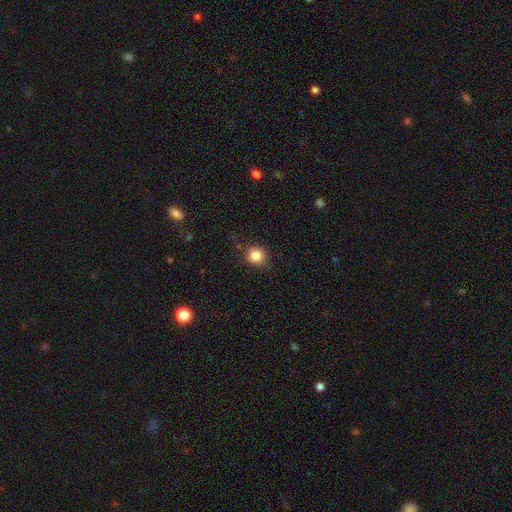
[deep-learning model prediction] Smooth or featured: smooth — 84% (star or artifact — 11%)
How rounded: round — 90% (in between — 9%)
Merging: none — 84% (minor disturbance — 12%)